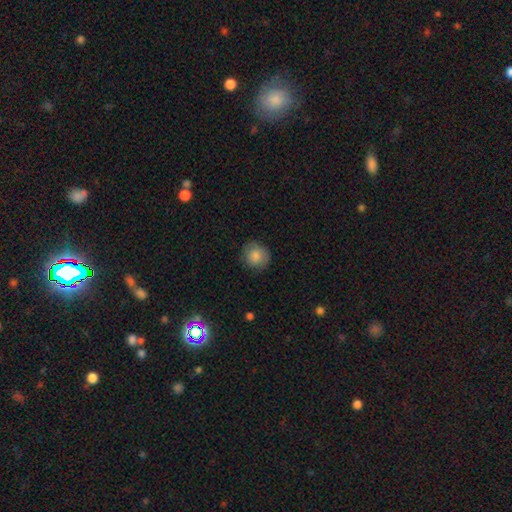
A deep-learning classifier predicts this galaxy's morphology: type=smooth (82%); roundness=round (88%); merging=none (81%).